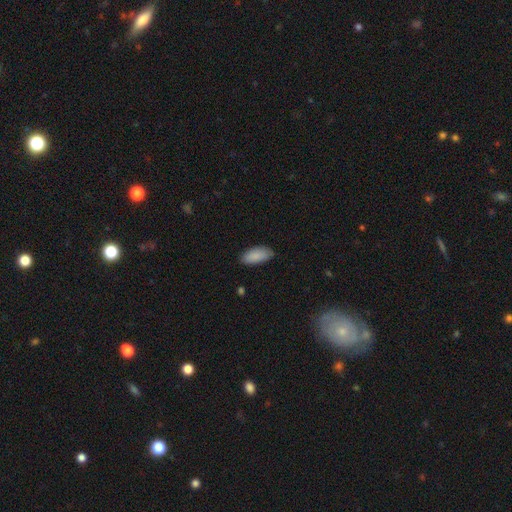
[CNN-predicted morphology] This appears to be a smooth galaxy with no disk features (89%) that is in between round and cigar-shaped (89%). Merging: none (81%).